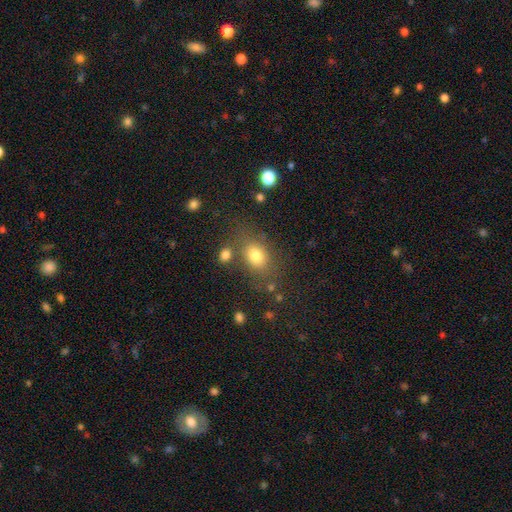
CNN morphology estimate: This is likely a smooth galaxy (77%). How rounded: likely in between (62%). Merging: likely none (68%).